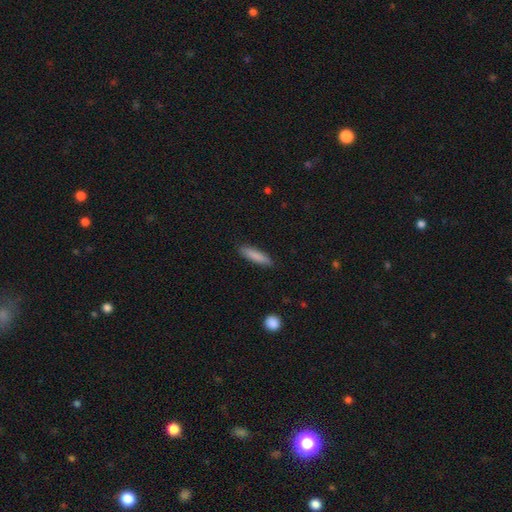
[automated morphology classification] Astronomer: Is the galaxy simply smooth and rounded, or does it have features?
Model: smooth — 84%.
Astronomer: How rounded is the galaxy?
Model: cigar-shaped — 77%.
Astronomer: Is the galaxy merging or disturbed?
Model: none — 88%.